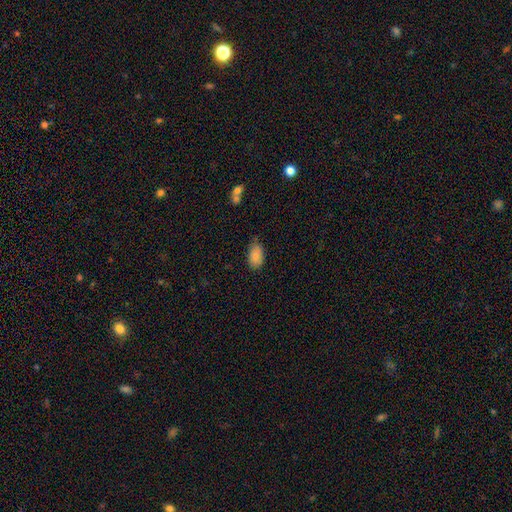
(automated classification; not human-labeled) This appears to be a smooth galaxy with no disk features (87%) that is in between round and cigar-shaped (93%). Merging: none (73%).